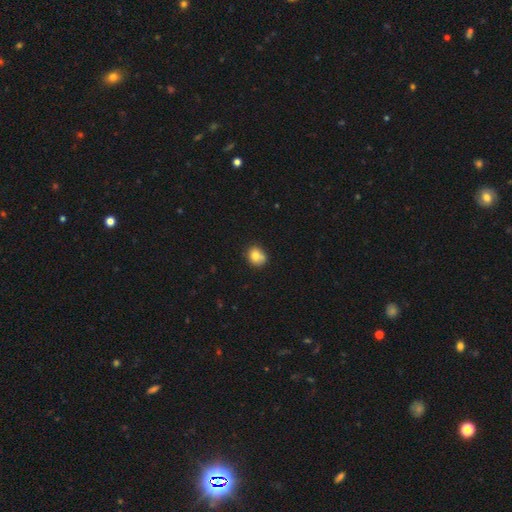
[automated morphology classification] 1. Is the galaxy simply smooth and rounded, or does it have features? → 79% smooth, 11% featured or disk, 10% star or artifact.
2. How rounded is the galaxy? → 69% round, 30% in between, 1% cigar-shaped.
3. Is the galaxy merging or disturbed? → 58% none, 22% minor disturbance, 14% merger, 5% major disturbance.